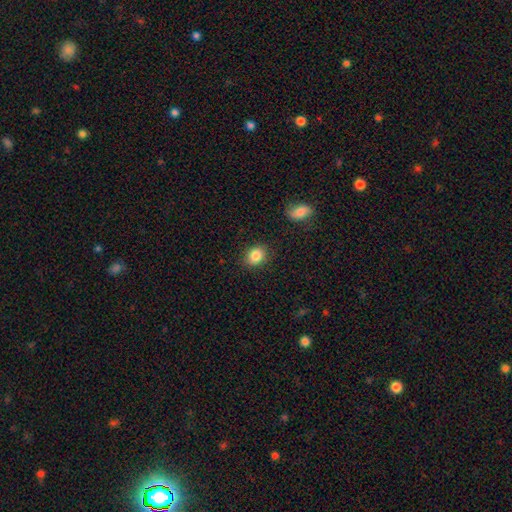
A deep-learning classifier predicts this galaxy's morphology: A smooth galaxy with no disk features (85%) that is in between round and cigar-shaped (51%). Merging: none (87%).